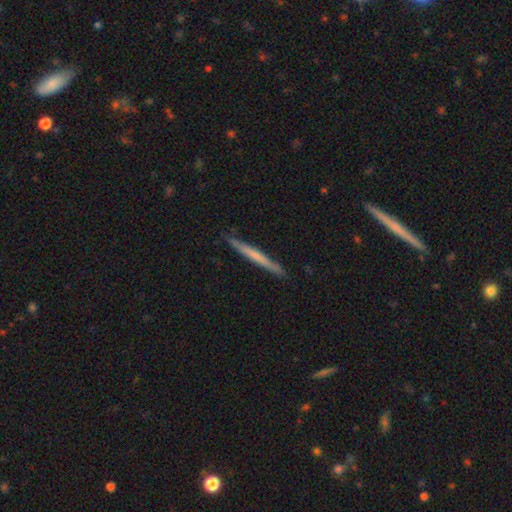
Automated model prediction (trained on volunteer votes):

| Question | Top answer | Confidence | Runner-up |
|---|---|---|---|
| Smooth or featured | smooth | 52% | featured or disk (42%) |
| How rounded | cigar-shaped | 97% | in between (2%) |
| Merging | none | 89% | minor disturbance (8%) |